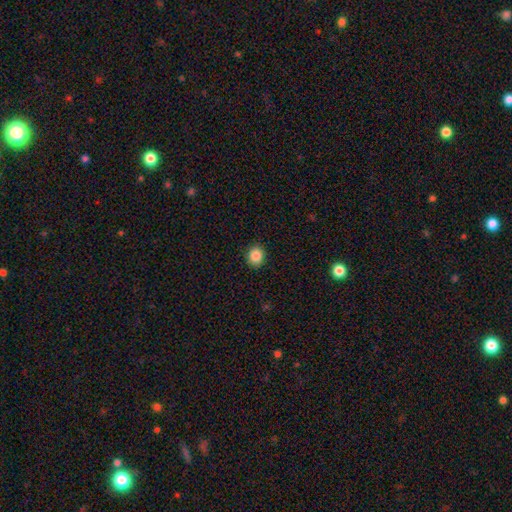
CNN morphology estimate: A smooth galaxy with no disk features (86%) that is round (72%). Merging: none (91%).